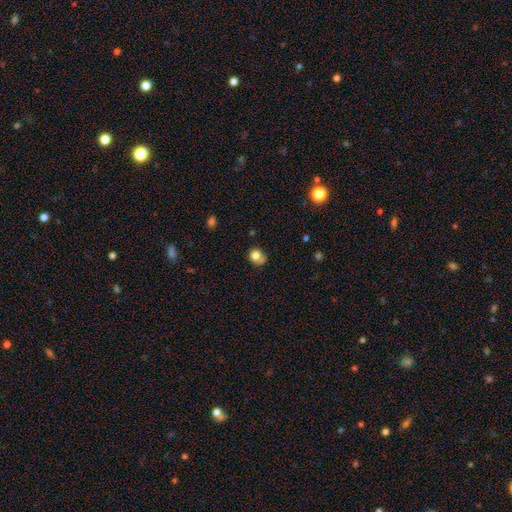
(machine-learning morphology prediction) The model was most divided on "merging": none: 53%, minor disturbance: 25%, merger: 12%, major disturbance: 9%. More confident: smooth or featured — smooth (78%); how rounded — round (75%).